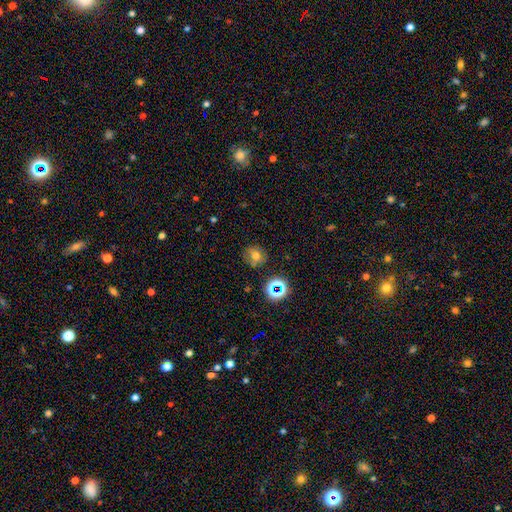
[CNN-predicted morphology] Smooth or featured: smooth — 65% (star or artifact — 19%)
How rounded: round — 79% (in between — 20%)
Merging: none — 80% (minor disturbance — 12%)